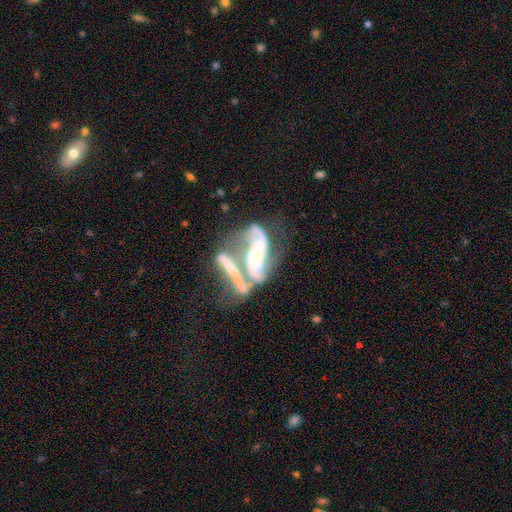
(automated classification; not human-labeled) smooth-or-featured: featured or disk: 78% | smooth: 14% | star or artifact: 8%
  disk-edge-on: no: 88% | yes: 12%
    bar: no: 50% | weak: 25% | strong: 25%
    has-spiral-arms: yes: 85% | no: 15%
      spiral-winding: loose: 41% | medium: 37% | tight: 21%
      spiral-arm-count: 2: 74% | can't tell: 14% | 1: 5% | 3: 3% | 4: 2% | more than 4: 2%
    bulge-size: small: 49% | moderate: 25% | none: 19% | large: 5% | dominant: 2%
  merging: merger: 61% | major disturbance: 17% | none: 14% | minor disturbance: 8%